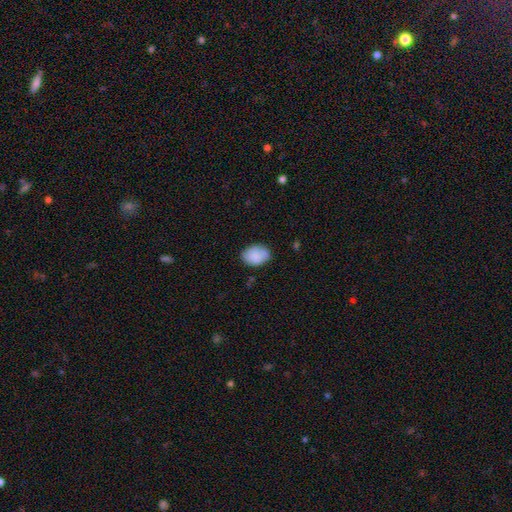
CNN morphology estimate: Overall: smooth (84%). How rounded: in between (74%). Merging: none (72%).